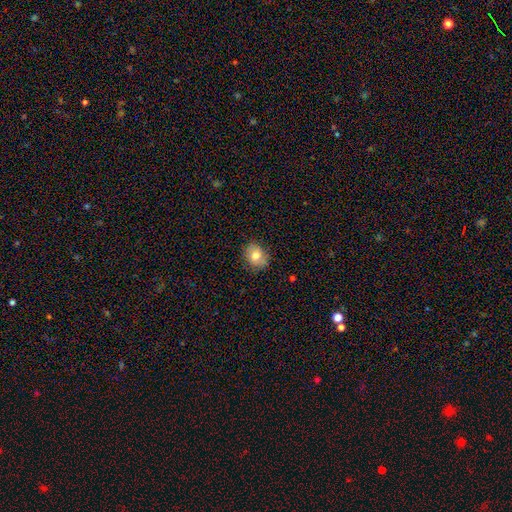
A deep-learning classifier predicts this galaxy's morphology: Smooth or featured? smooth (76%)
How rounded? round (62%)
Merging? none (82%)